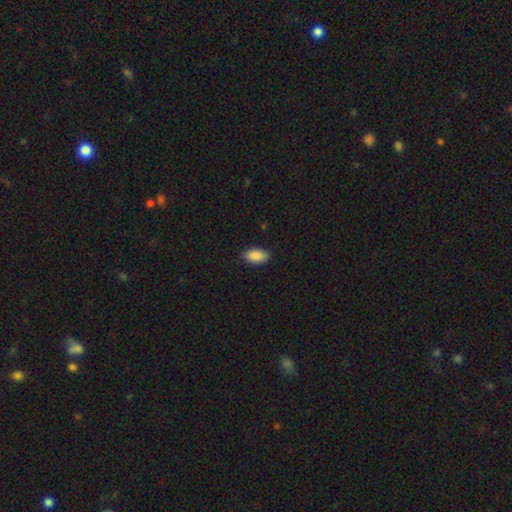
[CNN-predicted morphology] smooth-or-featured: smooth: 90% | star or artifact: 7% | featured or disk: 3%
  how-rounded: in between: 94% | round: 4% | cigar-shaped: 2%
  merging: none: 86% | minor disturbance: 11% | major disturbance: 2% | merger: 1%